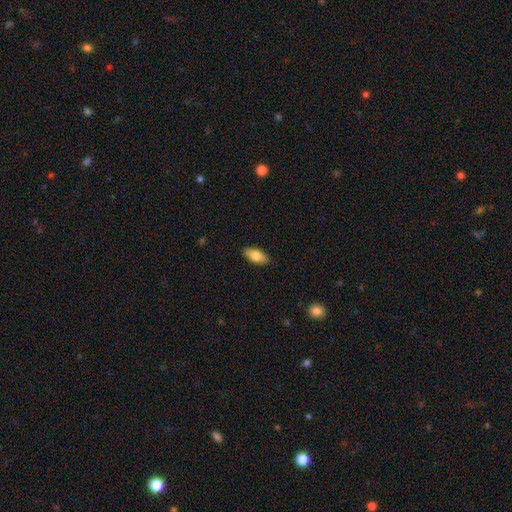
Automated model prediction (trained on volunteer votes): This is likely a smooth galaxy (80%). How rounded: clearly in between (87%). Merging: clearly none (89%).